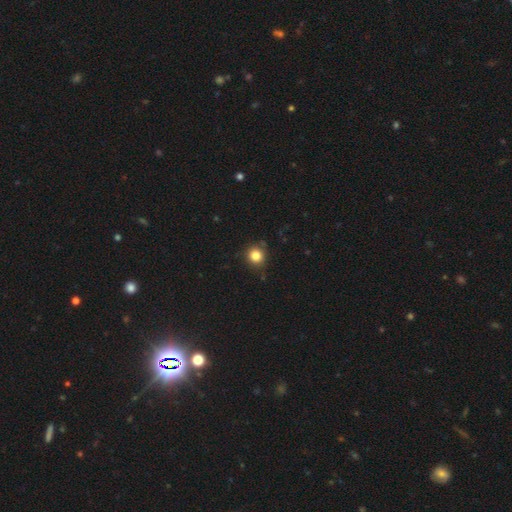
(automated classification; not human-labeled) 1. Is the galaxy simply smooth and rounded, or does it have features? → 83% smooth, 12% star or artifact, 5% featured or disk.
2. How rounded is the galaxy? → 91% round, 8% in between, 1% cigar-shaped.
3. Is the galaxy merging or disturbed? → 84% none, 11% minor disturbance, 3% major disturbance, 2% merger.